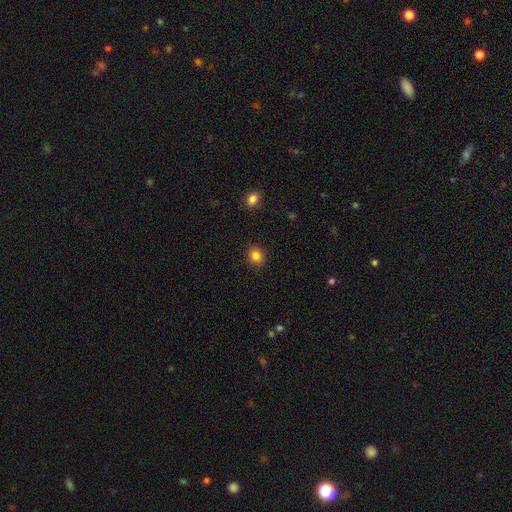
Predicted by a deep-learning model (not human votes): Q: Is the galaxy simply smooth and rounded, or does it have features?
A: smooth — 85%.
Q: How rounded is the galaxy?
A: round — 85%.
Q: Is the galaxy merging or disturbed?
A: none — 90%.